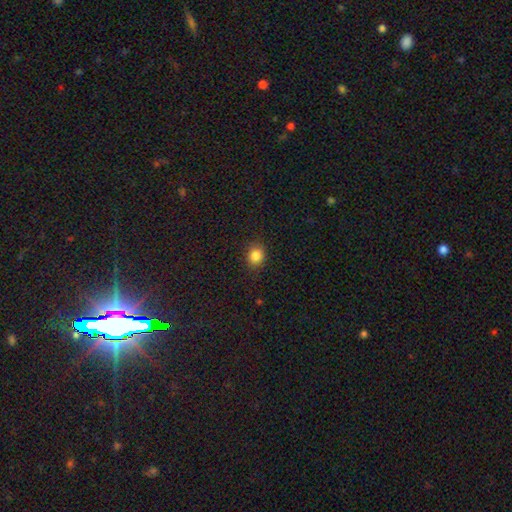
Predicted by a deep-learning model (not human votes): Q: Smooth or featured?
A: smooth (85%); runner-up: star or artifact (11%)
Q: How rounded?
A: round (72%); runner-up: in between (27%)
Q: Merging?
A: none (87%); runner-up: minor disturbance (10%)